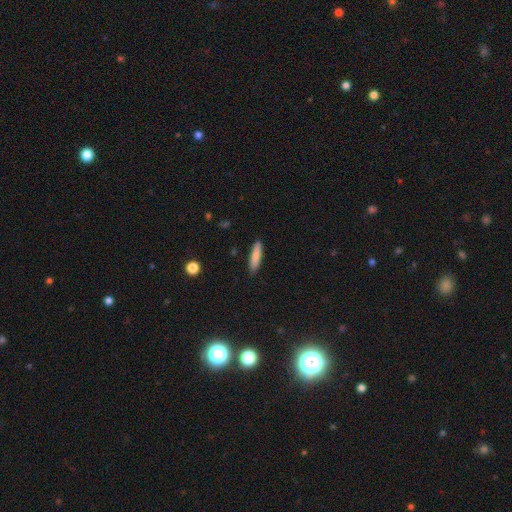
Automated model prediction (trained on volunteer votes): Morphology: type=smooth (82%); roundness=cigar-shaped (81%); merging=none (88%).